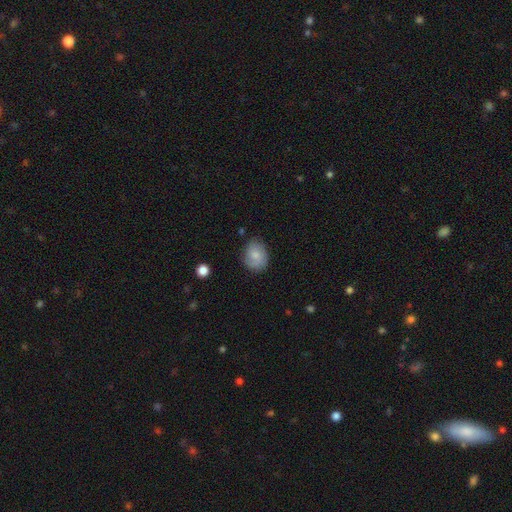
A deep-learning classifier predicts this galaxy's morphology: type=smooth (72%); roundness=in between (50%); merging=none (70%).